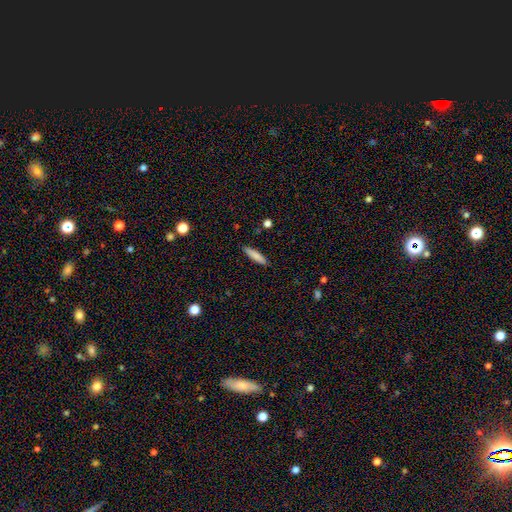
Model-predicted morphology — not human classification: A smooth galaxy with no disk features (82%) that is cigar-shaped (81%). Merging: none (88%).